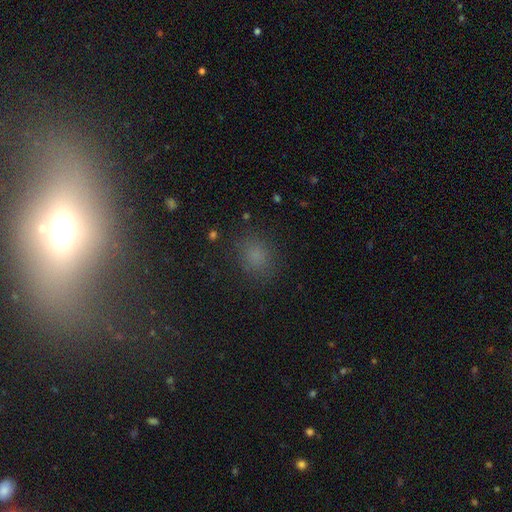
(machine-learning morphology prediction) This is likely a smooth galaxy (73%). How rounded: possibly round (56%). Merging: clearly none (82%).